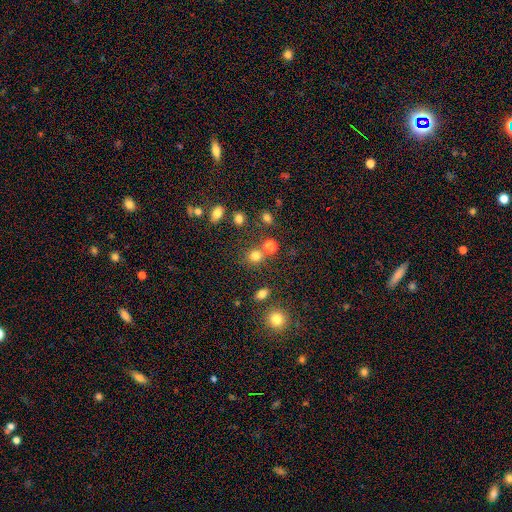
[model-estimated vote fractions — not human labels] Smooth or featured? smooth (76%)
How rounded? round (81%)
Merging? none (68%)